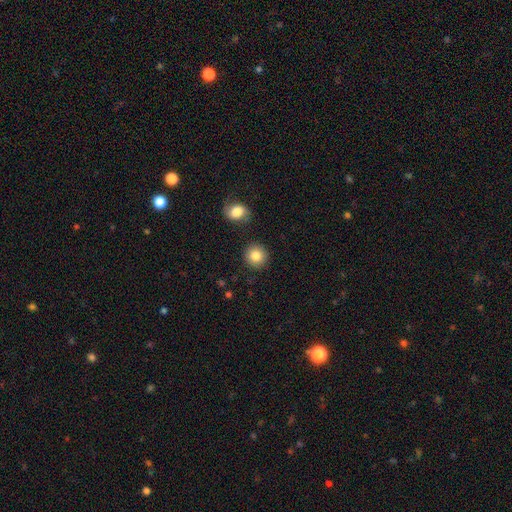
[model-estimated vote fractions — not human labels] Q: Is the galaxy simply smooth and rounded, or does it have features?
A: smooth — 85%.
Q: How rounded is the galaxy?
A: round — 91%.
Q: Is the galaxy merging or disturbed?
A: none — 88%.